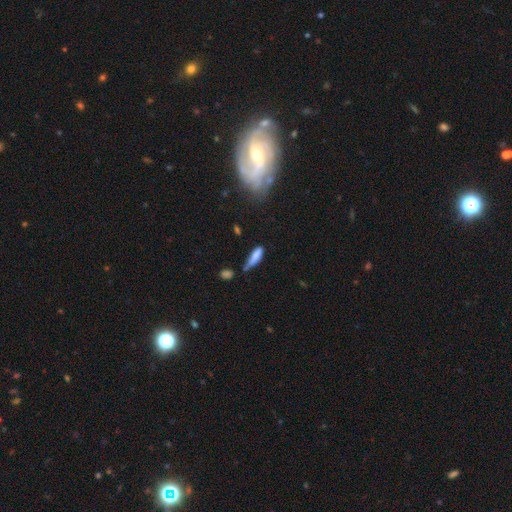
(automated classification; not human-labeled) Smooth or featured? smooth (75%)
How rounded? cigar-shaped (59%)
Merging? none (36%)